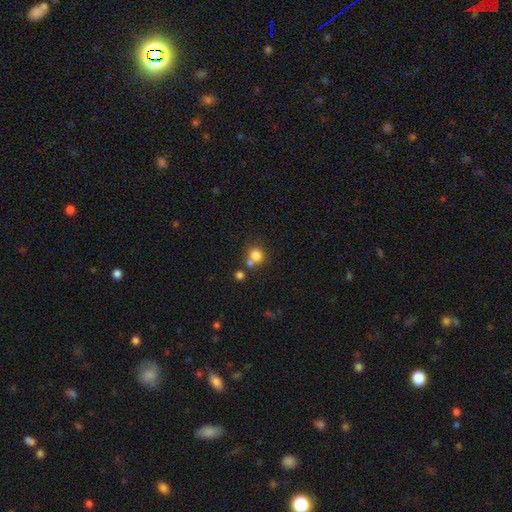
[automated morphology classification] Smooth or featured? smooth (79%)
How rounded? round (83%)
Merging? none (55%)